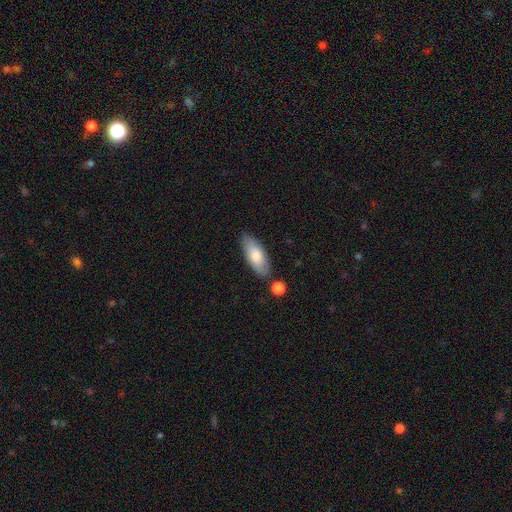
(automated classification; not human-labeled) smooth-or-featured: smooth: 74% | featured or disk: 20% | star or artifact: 6%
  how-rounded: in between: 79% | cigar-shaped: 19% | round: 2%
  merging: none: 75% | minor disturbance: 16% | merger: 6% | major disturbance: 3%